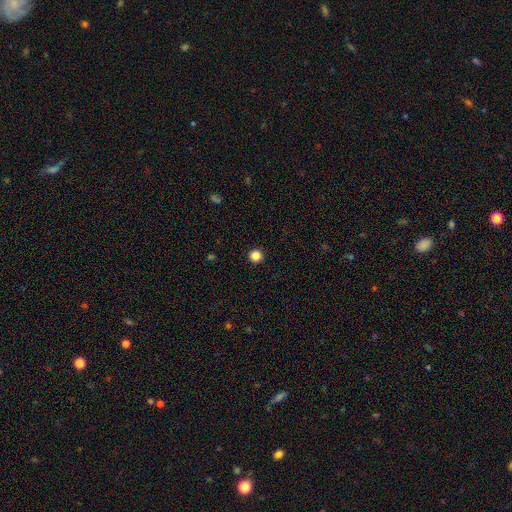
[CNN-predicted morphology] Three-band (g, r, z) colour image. It shows a smooth galaxy with no disk features (85%) that is round (96%). Merging: none (94%).